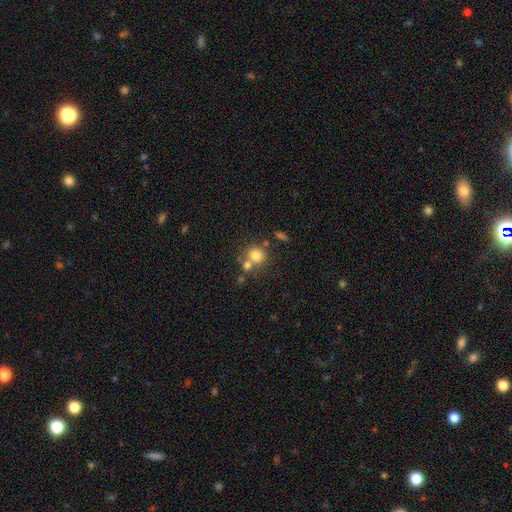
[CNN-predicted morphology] Smooth or featured: smooth — 76% (star or artifact — 12%)
How rounded: round — 81% (in between — 18%)
Merging: none — 51% (merger — 35%)